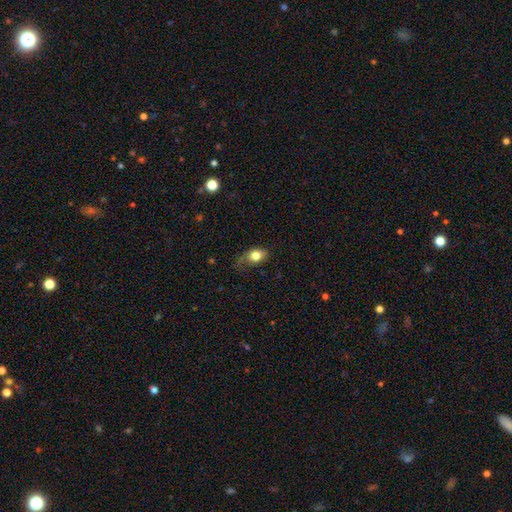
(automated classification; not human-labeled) This appears to be a smooth galaxy with no disk features (80%) that is in between round and cigar-shaped (69%). Merging: none (54%).